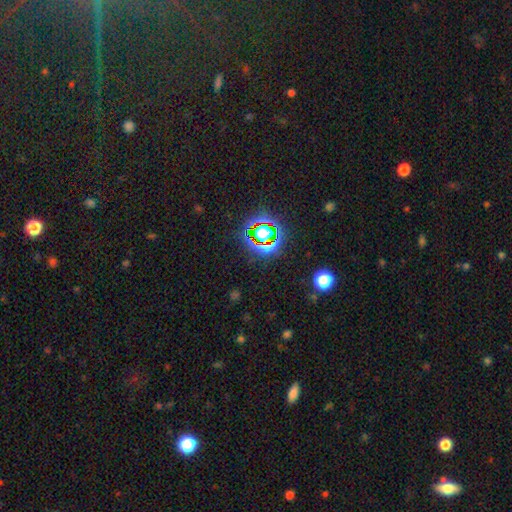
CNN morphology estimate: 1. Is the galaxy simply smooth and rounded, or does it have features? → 80% star or artifact, 13% smooth, 7% featured or disk.